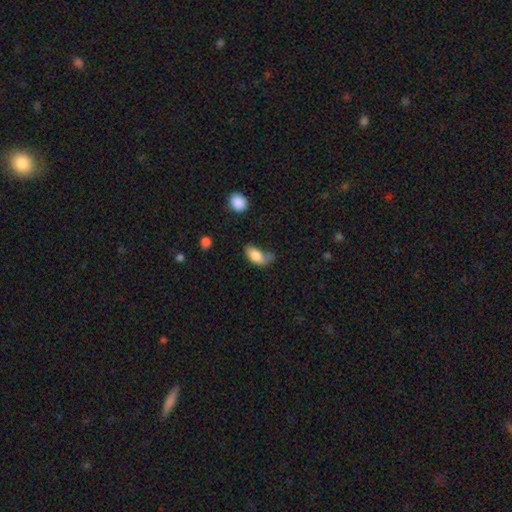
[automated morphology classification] This appears to be a smooth galaxy with no disk features (79%) that is in between round and cigar-shaped (89%). Merging: minor disturbance (33%).